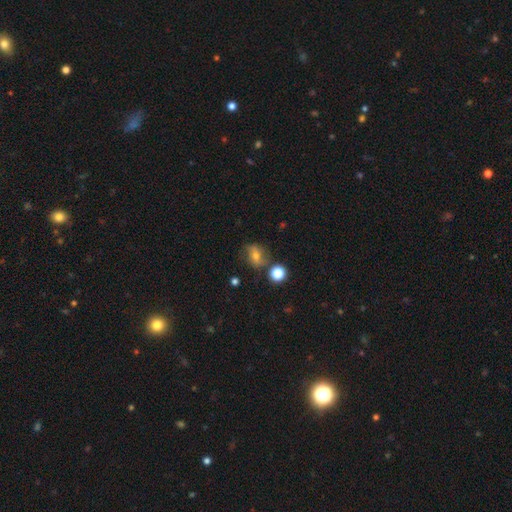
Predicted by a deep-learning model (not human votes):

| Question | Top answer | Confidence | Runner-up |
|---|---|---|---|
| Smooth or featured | smooth | 57% | featured or disk (28%) |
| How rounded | in between | 51% | round (47%) |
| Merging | none | 63% | minor disturbance (21%) |